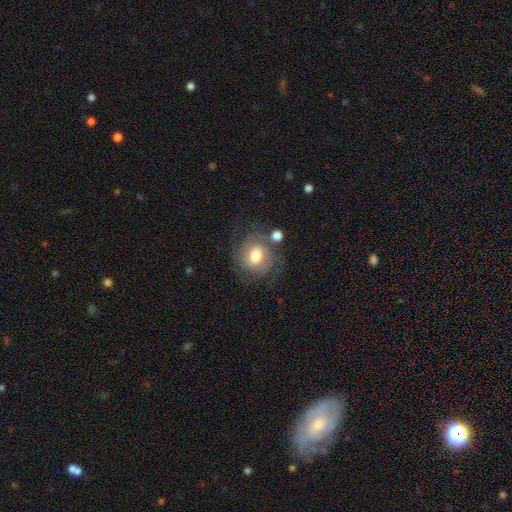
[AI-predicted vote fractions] Morphology: type=featured or disk (62%); edge-on=no (96%); bar=weak (52%); spiral arms=yes (85%); winding=tight (49%); arm count=2 (48%); bulge=moderate (62%); merging=none (63%).